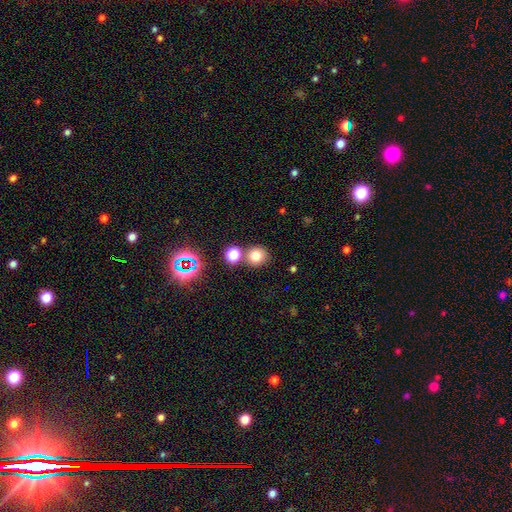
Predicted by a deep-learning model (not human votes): smooth_or_featured: smooth (p=0.74) [alt: star or artifact p=0.17]
how_rounded: round (p=0.86) [alt: in between p=0.13]
merging: none (p=0.71) [alt: merger p=0.17]